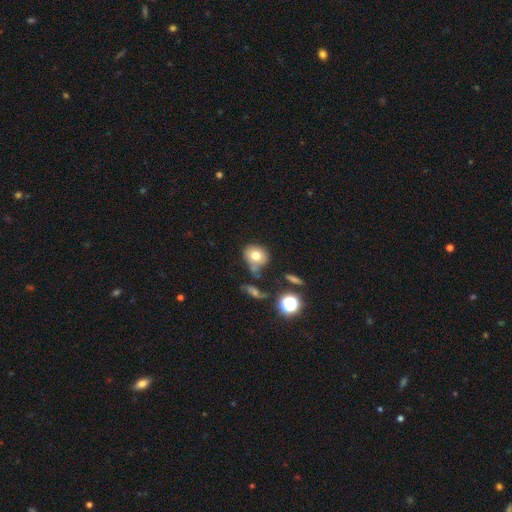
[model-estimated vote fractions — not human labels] This appears to be a smooth galaxy with no disk features (73%) that is round (64%). Merging: none (53%).